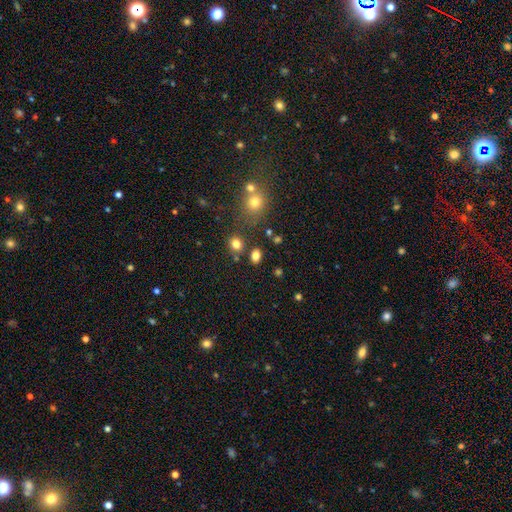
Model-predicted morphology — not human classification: type=smooth (80%); roundness=in between (63%); merging=none (76%).